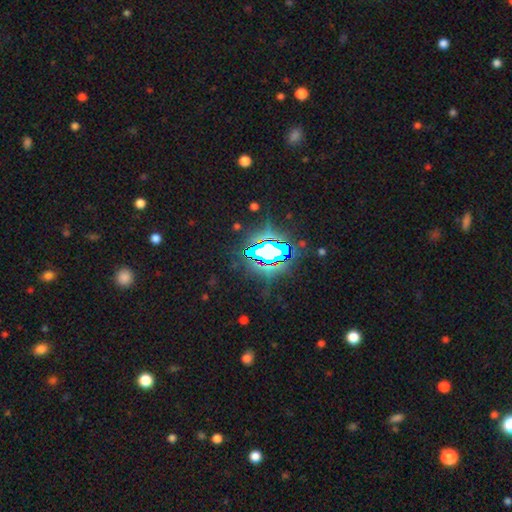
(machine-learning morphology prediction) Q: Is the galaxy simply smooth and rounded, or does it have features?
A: star or artifact — 85%.